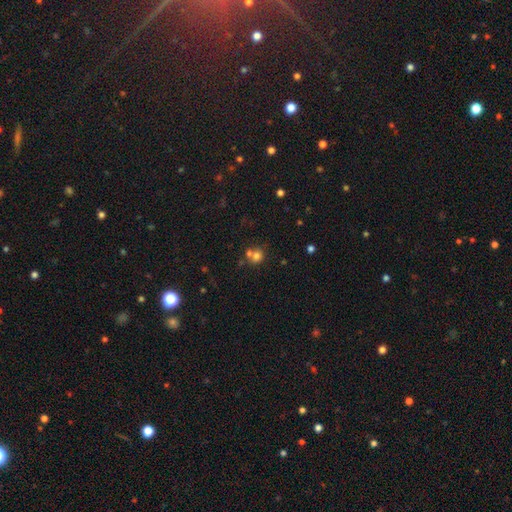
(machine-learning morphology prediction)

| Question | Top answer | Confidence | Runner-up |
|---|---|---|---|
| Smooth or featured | smooth | 72% | star or artifact (16%) |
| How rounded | round | 81% | in between (18%) |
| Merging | none | 47% | merger (41%) |